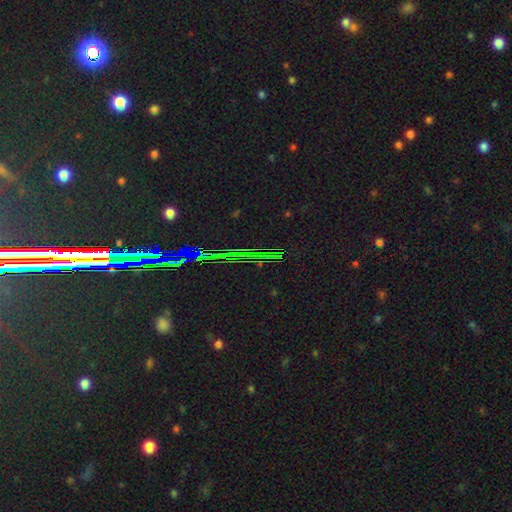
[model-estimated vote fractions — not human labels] Smooth or featured: star or artifact — 80% (featured or disk — 11%)